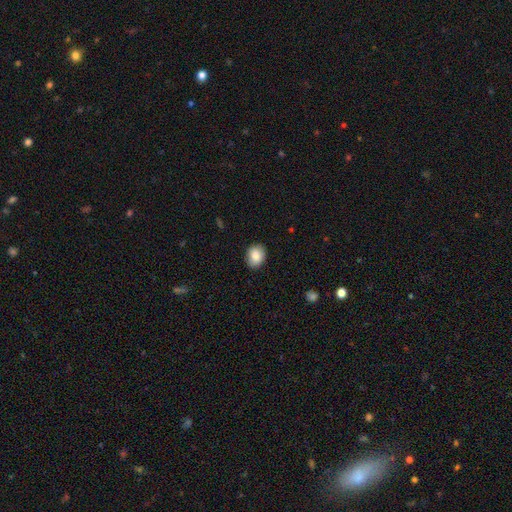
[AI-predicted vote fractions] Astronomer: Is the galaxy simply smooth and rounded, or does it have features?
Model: smooth — 85%.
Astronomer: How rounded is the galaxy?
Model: in between — 54% (runner-up: round, 45%).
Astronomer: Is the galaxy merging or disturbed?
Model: none — 88%.